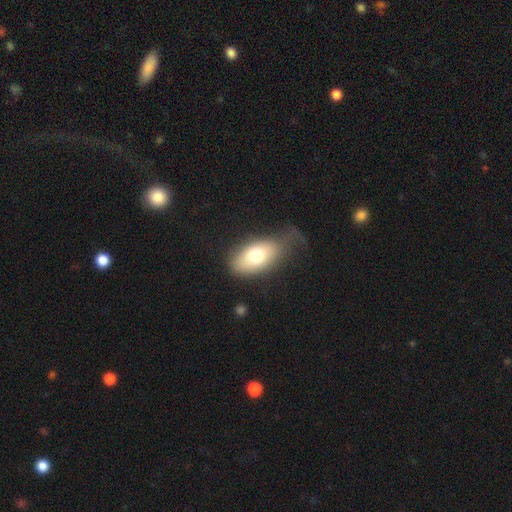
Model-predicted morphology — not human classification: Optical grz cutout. It shows a smooth galaxy with no disk features (72%) that is in between round and cigar-shaped (89%). Merging: none (48%).